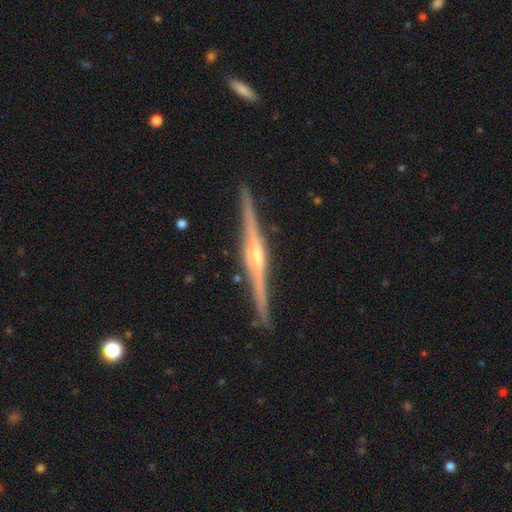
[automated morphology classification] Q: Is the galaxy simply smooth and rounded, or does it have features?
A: featured or disk — 89%.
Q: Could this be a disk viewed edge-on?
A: yes — 99%.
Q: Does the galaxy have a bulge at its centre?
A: rounded — 77%.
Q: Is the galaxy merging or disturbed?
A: none — 92%.